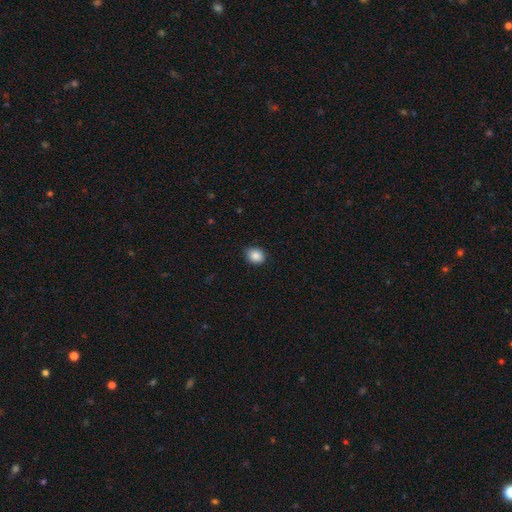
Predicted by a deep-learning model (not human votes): Morphology: type=smooth (87%); roundness=round (60%); merging=none (84%).